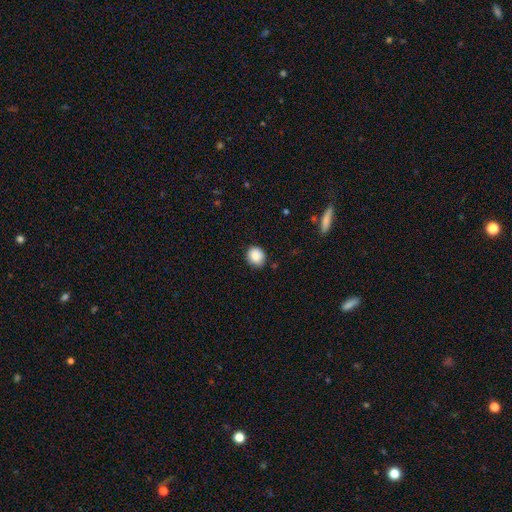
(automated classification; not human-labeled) Smooth or featured? smooth (88%)
How rounded? round (79%)
Merging? none (83%)